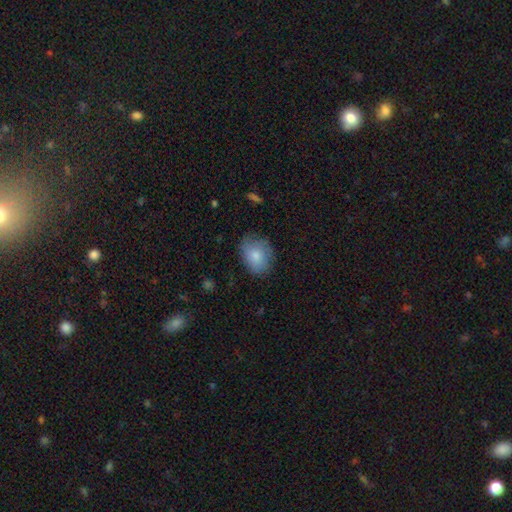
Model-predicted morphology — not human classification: The model was most divided on "how rounded": in between: 56%, round: 43%, cigar-shaped: 1%. More confident: smooth or featured — smooth (82%); merging — none (73%).